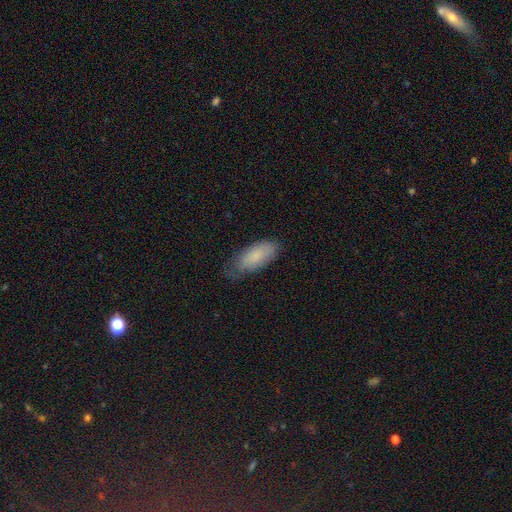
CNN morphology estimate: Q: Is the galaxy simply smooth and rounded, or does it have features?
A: smooth — 80%.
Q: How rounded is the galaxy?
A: in between — 86%.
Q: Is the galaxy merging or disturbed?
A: none — 60%.